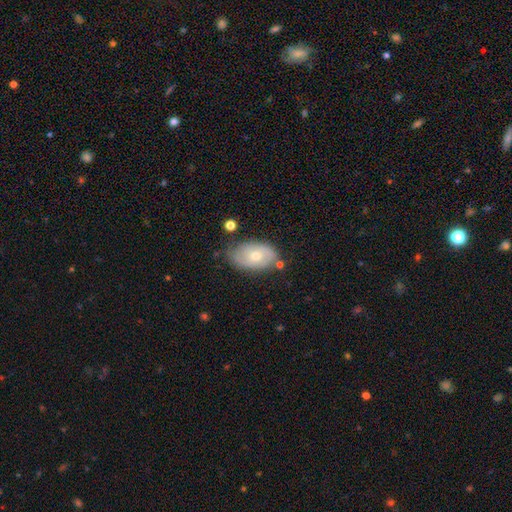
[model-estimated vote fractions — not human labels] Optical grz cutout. It shows a featured or disk galaxy (46%, tied with smooth). Merging: none (67%).